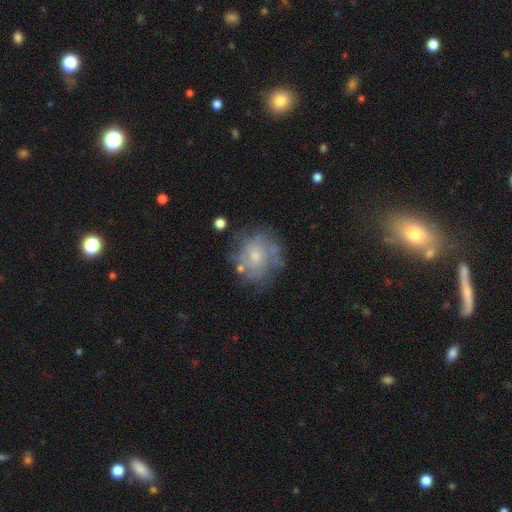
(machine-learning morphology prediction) Overall: featured or disk (57%; smooth 34%). Edge-on disk: no (97%). Bar: no (80%). Spiral arms: yes (54%; no 46%). Bulge size: small (56%; moderate 36%). Merging: none (61%; minor disturbance 22%).